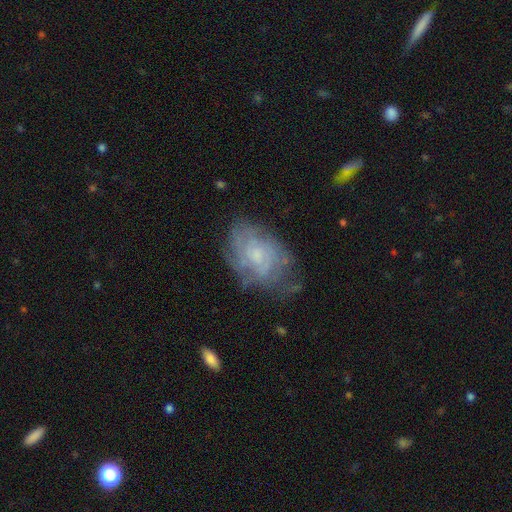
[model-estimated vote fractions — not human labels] featured or disk 61%, smooth 30%, star or artifact 9%. Down the decision tree: edge-on disk — no (96%); bar — no (75%); spiral arms — yes (70%); bulge size — small (52%); merging — none (61%).